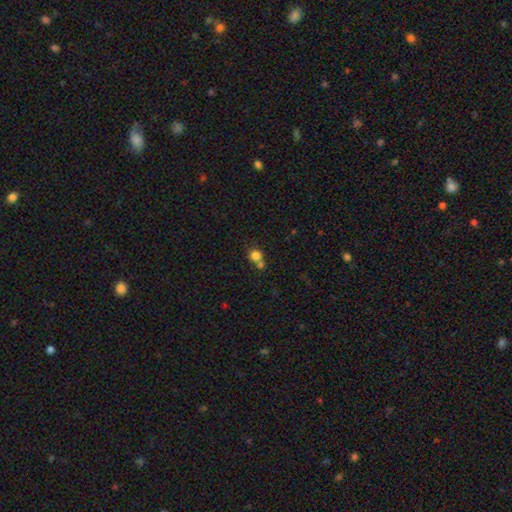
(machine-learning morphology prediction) smooth_or_featured: smooth (p=0.80) [alt: star or artifact p=0.12]
how_rounded: round (p=0.85) [alt: in between p=0.14]
merging: none (p=0.49) [alt: merger p=0.39]